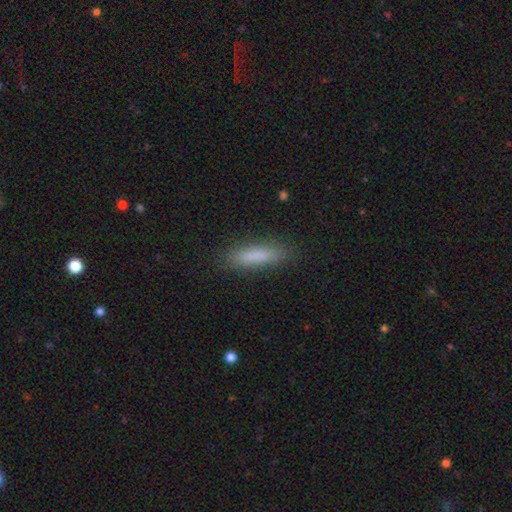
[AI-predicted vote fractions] This appears to be a smooth galaxy with no disk features (83%) that is cigar-shaped (72%). Merging: none (86%).